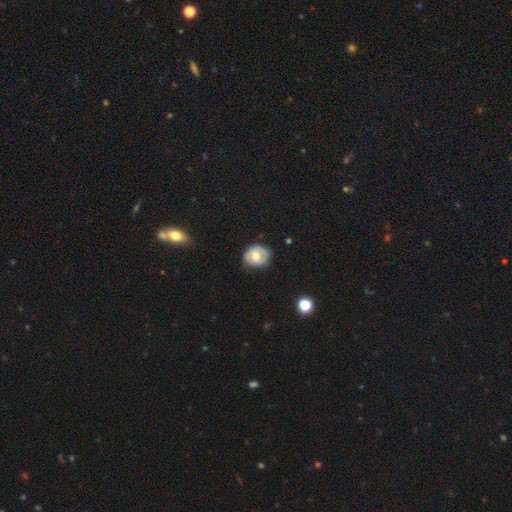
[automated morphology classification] Q: Smooth or featured?
A: smooth (62%); runner-up: featured or disk (30%)
Q: How rounded?
A: round (68%); runner-up: in between (32%)
Q: Merging?
A: none (64%); runner-up: minor disturbance (29%)